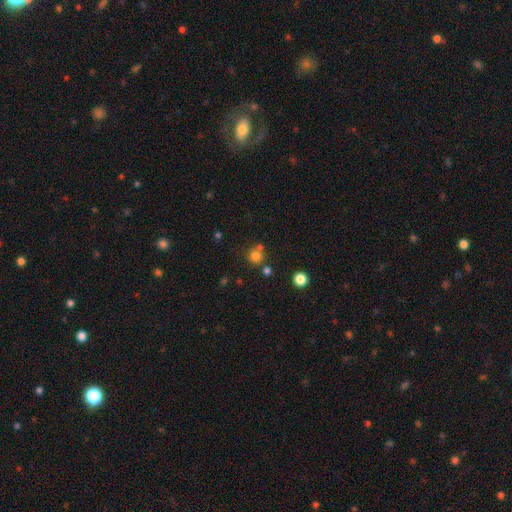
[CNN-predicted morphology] type=smooth (76%); roundness=round (92%); merging=none (68%).